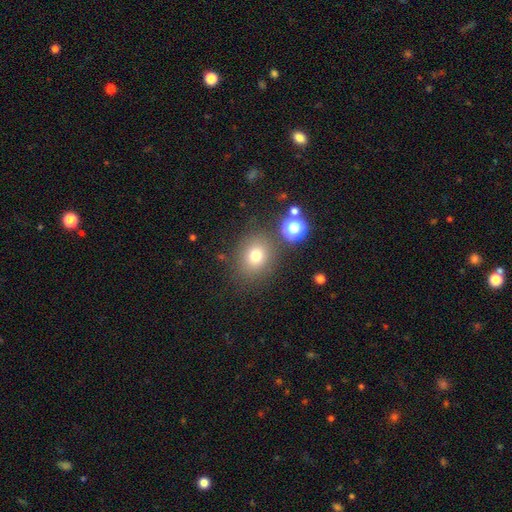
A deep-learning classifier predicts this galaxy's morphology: Overall: smooth (74%). How rounded: round (71%). Merging: none (80%).